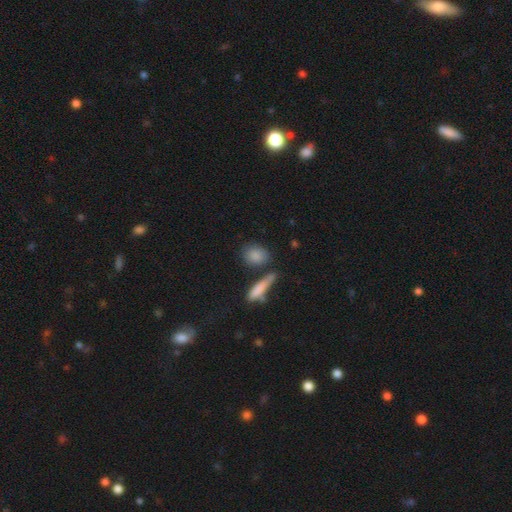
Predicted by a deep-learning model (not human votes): Smooth or featured?
  - smooth: 83% *
  - featured or disk: 9%
  - star or artifact: 8%
How rounded?
  - in between: 46% *
  - round: 41%
  - cigar-shaped: 13%
Merging?
  - none: 67% *
  - merger: 14%
  - minor disturbance: 13%
  - major disturbance: 5%